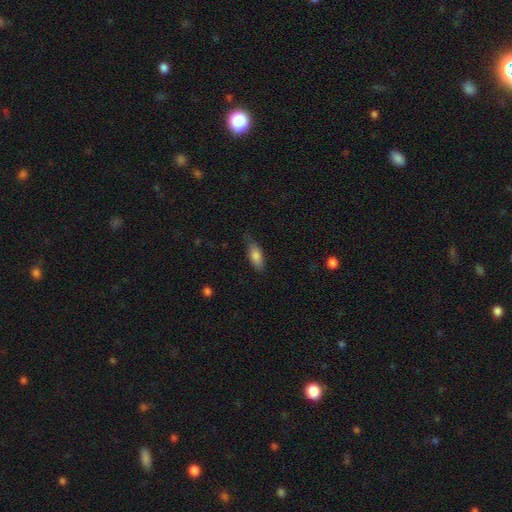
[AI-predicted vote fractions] A smooth galaxy with no disk features (81%) that is in between round and cigar-shaped (74%). Merging: none (70%).